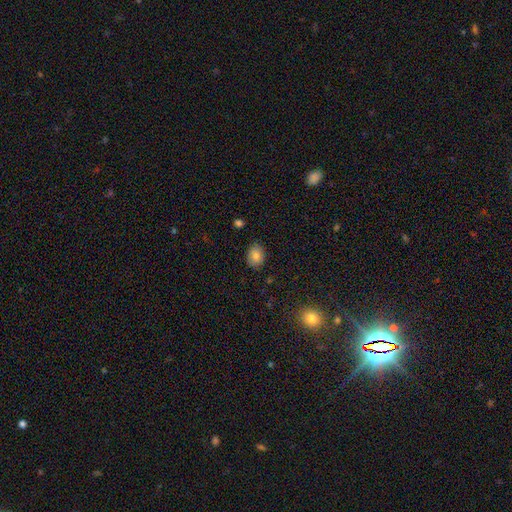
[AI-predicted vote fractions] smooth_or_featured: smooth (p=0.83) [alt: star or artifact p=0.09]
how_rounded: in between (p=0.61) [alt: round p=0.38]
merging: none (p=0.86) [alt: minor disturbance p=0.11]